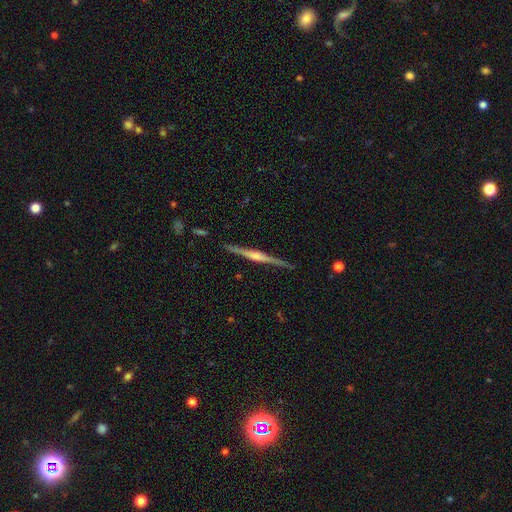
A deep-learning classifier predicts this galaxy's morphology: type=featured or disk (83%); edge-on=yes (98%); edge-on bulge=rounded (77%); merging=none (91%).